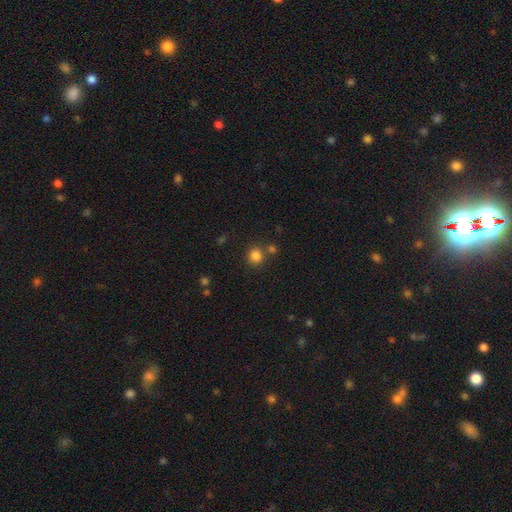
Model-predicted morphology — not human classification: type=smooth (82%); roundness=round (91%); merging=none (75%).